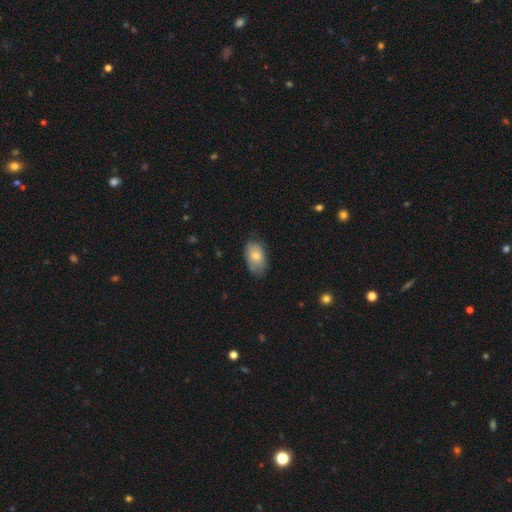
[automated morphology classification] smooth-or-featured: smooth: 77% | featured or disk: 16% | star or artifact: 7%
  how-rounded: in between: 92% | round: 6% | cigar-shaped: 1%
  merging: none: 68% | minor disturbance: 26% | major disturbance: 5% | merger: 1%